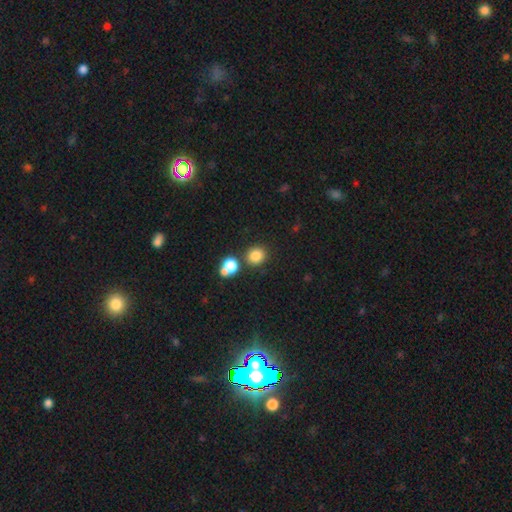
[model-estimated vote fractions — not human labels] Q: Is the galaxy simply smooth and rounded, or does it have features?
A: smooth — 82%.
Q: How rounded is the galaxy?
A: round — 81%.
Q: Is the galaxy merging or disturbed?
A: none — 75%.